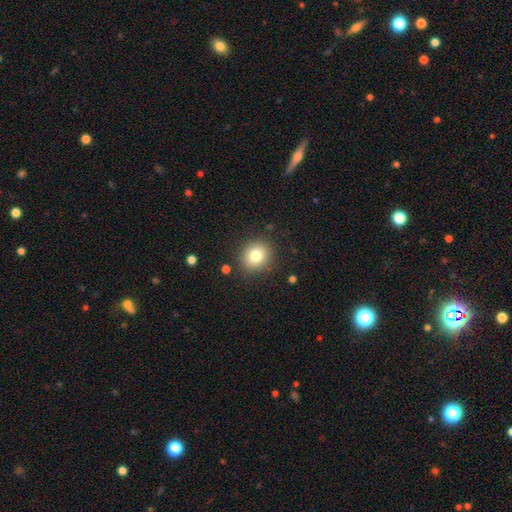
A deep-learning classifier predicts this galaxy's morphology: Smooth or featured: smooth — 79% (star or artifact — 11%)
How rounded: round — 79% (in between — 20%)
Merging: none — 87% (minor disturbance — 9%)